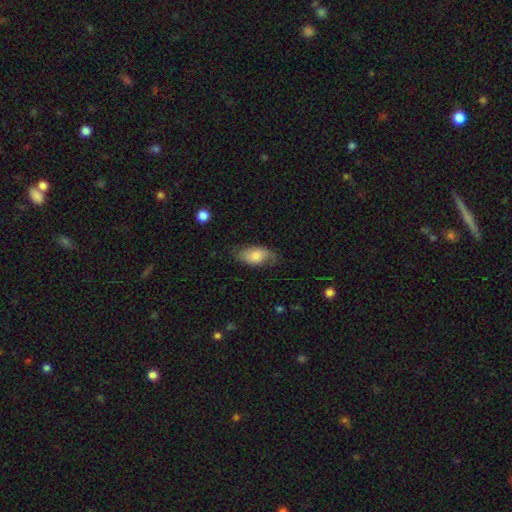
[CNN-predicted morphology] Smooth or featured? Predicted: smooth (p=0.59). How rounded? Predicted: in between (p=0.92). Merging? Predicted: none (p=0.62).